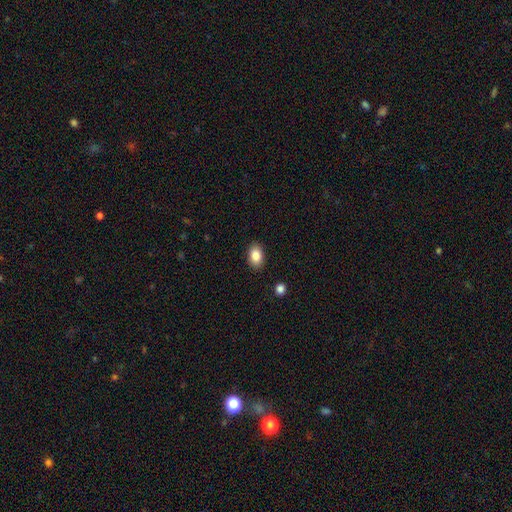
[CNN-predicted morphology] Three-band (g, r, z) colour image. It shows a smooth galaxy with no disk features (86%) that is in between round and cigar-shaped (87%). Merging: none (89%).